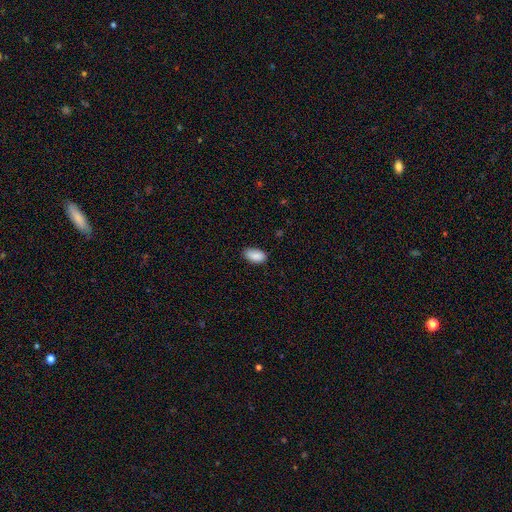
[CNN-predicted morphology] A smooth galaxy with no disk features (89%) that is in between round and cigar-shaped (94%).

Vote fractions:
- Smooth or featured? smooth: 89% / star or artifact: 7% / featured or disk: 4%
- How rounded? in between: 94% / round: 4% / cigar-shaped: 2%
- Merging? none: 82% / minor disturbance: 14% / major disturbance: 2% / merger: 1%